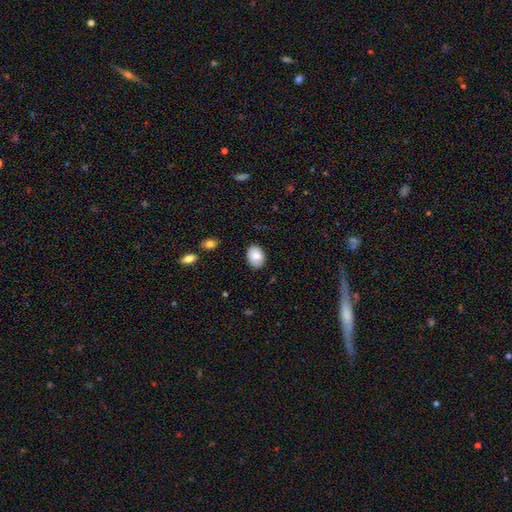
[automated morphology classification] A smooth galaxy with no disk features (84%) that is in between round and cigar-shaped (77%).

Vote fractions:
- Smooth or featured? smooth: 84% / featured or disk: 9% / star or artifact: 7%
- How rounded? in between: 77% / round: 22% / cigar-shaped: 1%
- Merging? none: 86% / minor disturbance: 11% / major disturbance: 2% / merger: 1%